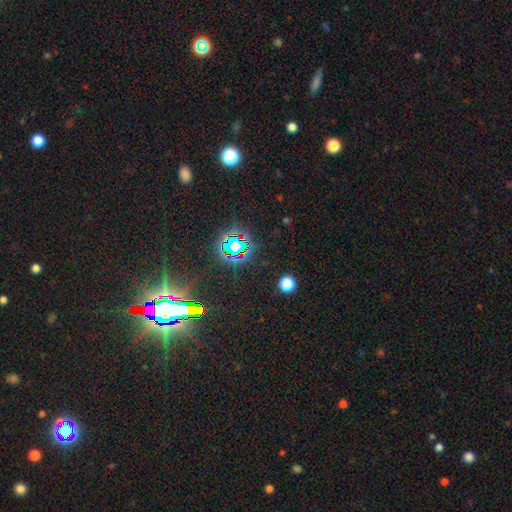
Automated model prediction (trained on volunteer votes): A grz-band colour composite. It shows a star or artifact, not a galaxy (82%).